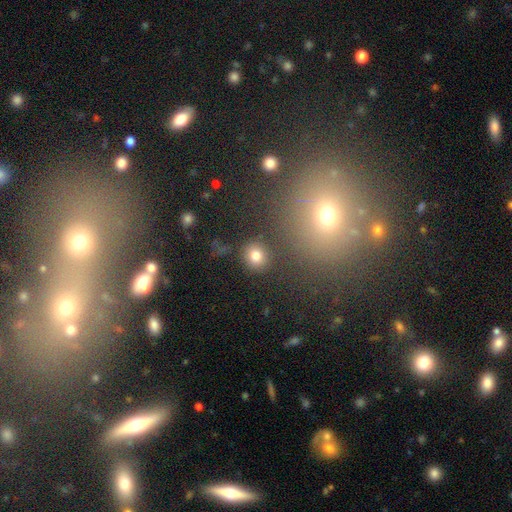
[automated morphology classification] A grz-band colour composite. It shows a smooth galaxy with no disk features (79%) that is round (86%). Merging: none (85%).